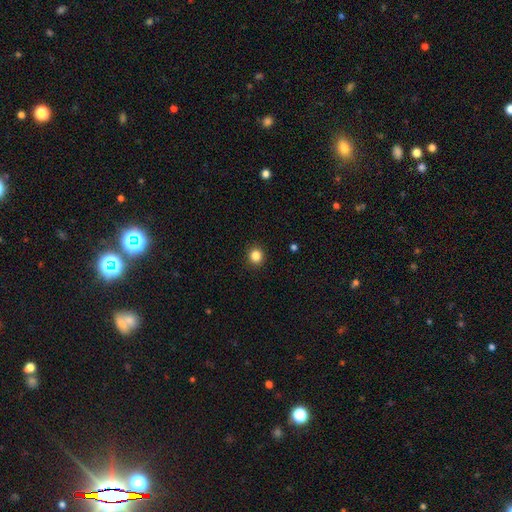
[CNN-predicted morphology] Smooth or featured: smooth — 85% (star or artifact — 11%)
How rounded: round — 88% (in between — 11%)
Merging: none — 92% (minor disturbance — 5%)